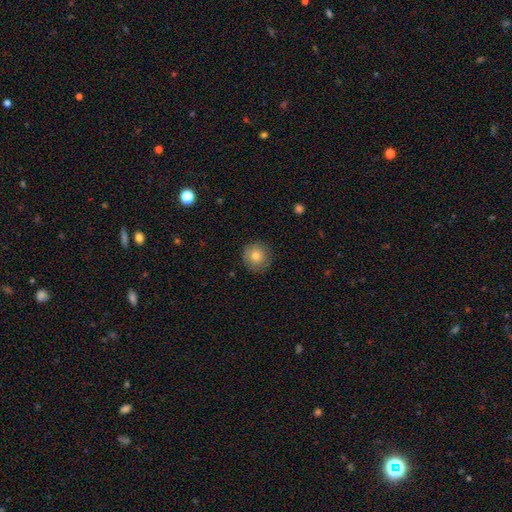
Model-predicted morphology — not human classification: Q: Smooth or featured?
A: smooth (78%); runner-up: featured or disk (12%)
Q: How rounded?
A: round (95%); runner-up: in between (4%)
Q: Merging?
A: none (87%); runner-up: minor disturbance (10%)